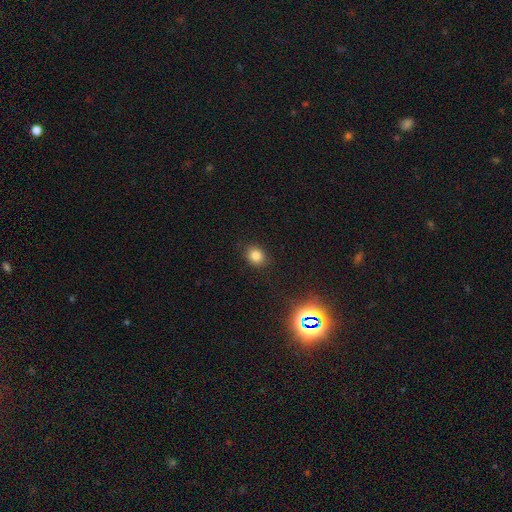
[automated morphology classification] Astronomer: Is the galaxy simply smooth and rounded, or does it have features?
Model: smooth — 81%.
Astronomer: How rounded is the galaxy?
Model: round — 60% (runner-up: in between, 39%).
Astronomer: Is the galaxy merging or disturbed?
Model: none — 86%.